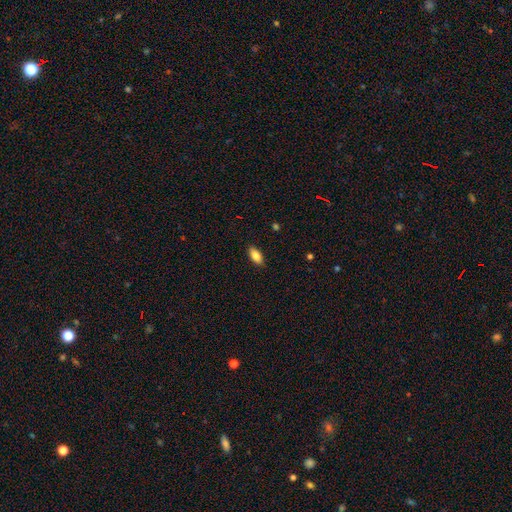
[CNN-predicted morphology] Smooth or featured: smooth — 84% (featured or disk — 8%)
How rounded: in between — 87% (cigar-shaped — 11%)
Merging: none — 88% (minor disturbance — 9%)